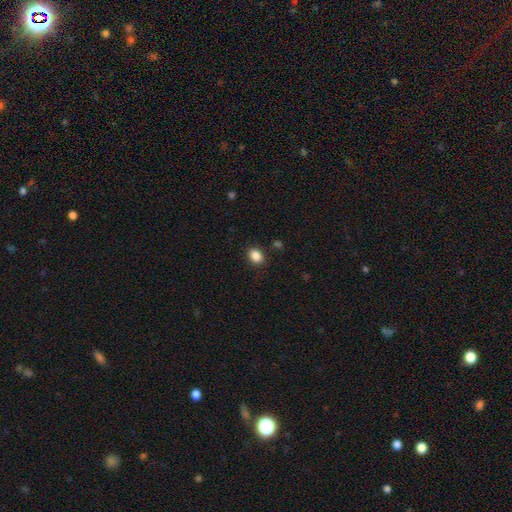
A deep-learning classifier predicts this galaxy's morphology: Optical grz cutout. It shows a smooth galaxy with no disk features (87%) that is in between round and cigar-shaped (59%). Merging: none (87%).